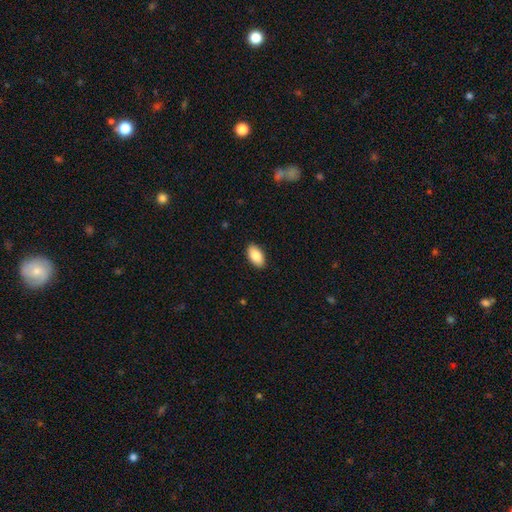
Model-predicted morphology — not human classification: Overall: smooth (86%). How rounded: in between (95%). Merging: none (90%).